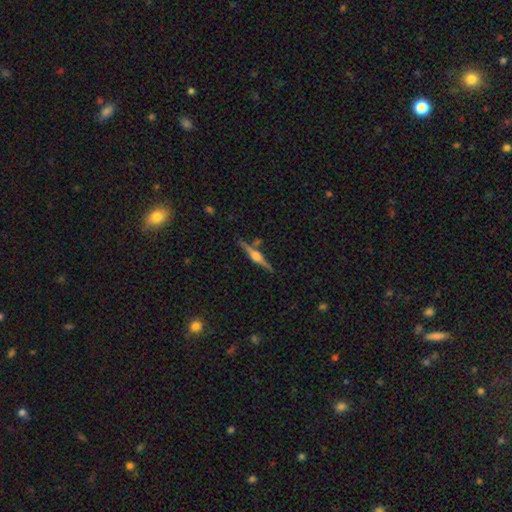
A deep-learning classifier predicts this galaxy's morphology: Q: Smooth or featured?
A: featured or disk (81%); runner-up: smooth (13%)
Q: Edge-on disk?
A: yes (98%); runner-up: no (2%)
Q: Edge-on bulge?
A: rounded (90%); runner-up: boxy (7%)
Q: Merging?
A: none (84%); runner-up: minor disturbance (9%)